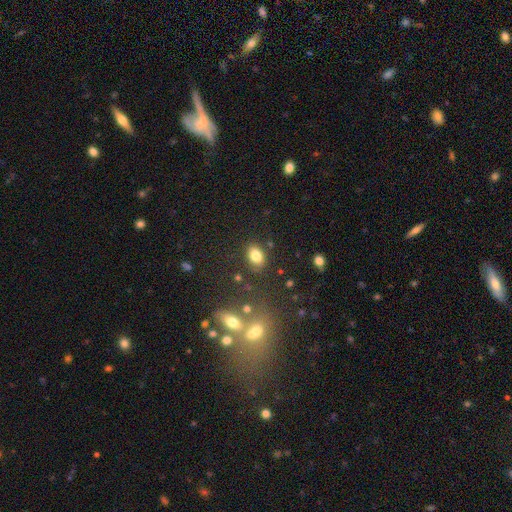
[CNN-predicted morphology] This is clearly a smooth galaxy (82%). How rounded: likely in between (76%). Merging: clearly none (82%).